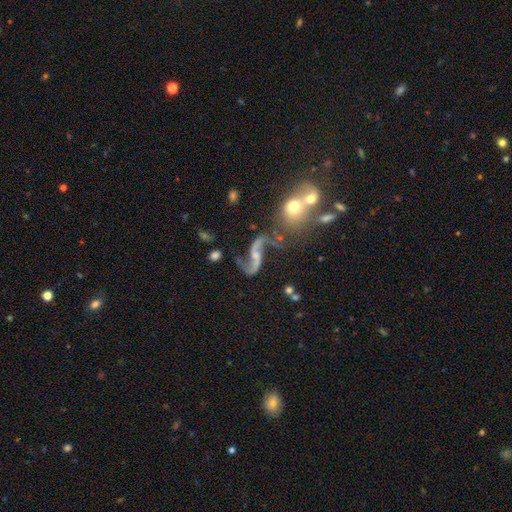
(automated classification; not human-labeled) A featured or disk galaxy (86%) with no bar (48%), 2 (93%) loose (88%) spiral arms (94%) and a small central bulge (48%). Merging: none (55%).